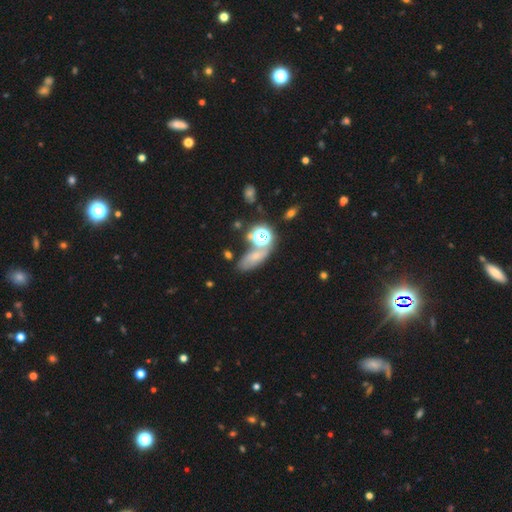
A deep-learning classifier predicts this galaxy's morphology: smooth_or_featured: smooth (p=0.51) [alt: star or artifact p=0.31]
how_rounded: in between (p=0.66) [alt: round p=0.24]
merging: none (p=0.48) [alt: merger p=0.22]